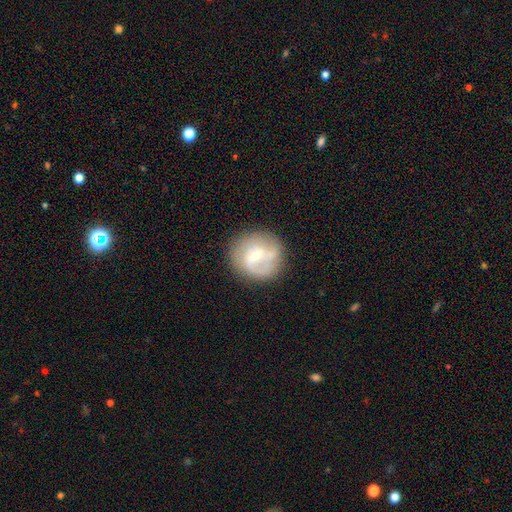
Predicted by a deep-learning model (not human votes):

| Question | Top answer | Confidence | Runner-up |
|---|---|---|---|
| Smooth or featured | featured or disk | 60% | smooth (32%) |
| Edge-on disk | no | 97% | yes (3%) |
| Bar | weak | 52% | no (24%) |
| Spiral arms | yes | 71% | no (29%) |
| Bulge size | small | 54% | moderate (37%) |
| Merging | none | 69% | minor disturbance (18%) |